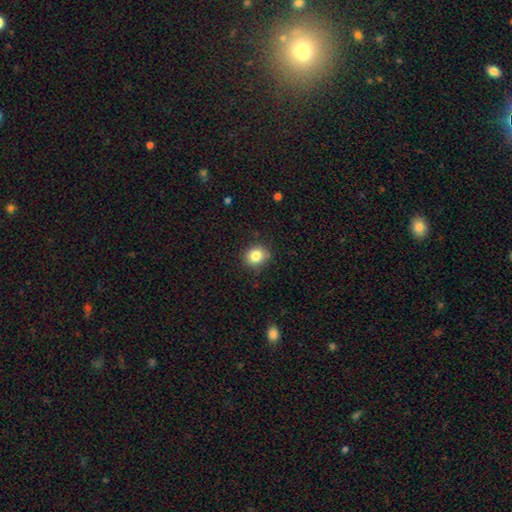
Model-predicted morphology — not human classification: Overall: smooth (83%). How rounded: round (80%). Merging: none (85%).